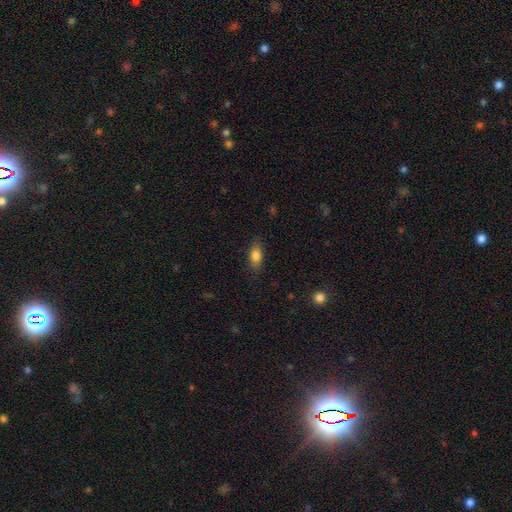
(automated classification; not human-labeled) The model was most divided on "merging": none: 83%, minor disturbance: 13%, major disturbance: 3%, merger: 1%. More confident: how rounded — in between (84%); smooth or featured — smooth (82%).